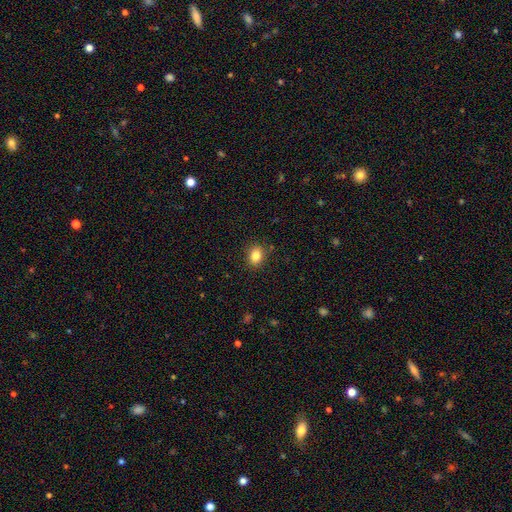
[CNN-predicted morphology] Overall: smooth (84%). How rounded: in between (54%; round 45%). Merging: none (88%).